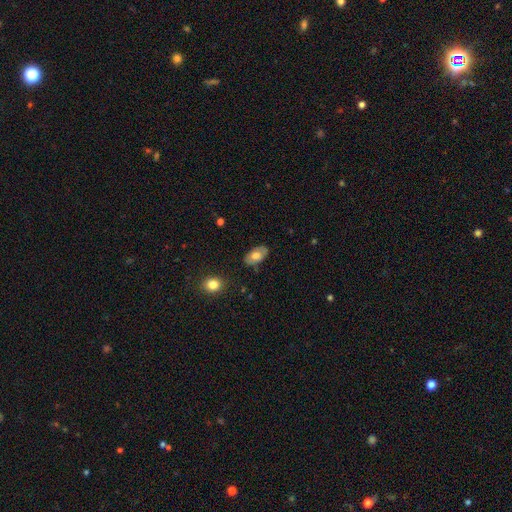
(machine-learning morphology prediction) smooth_or_featured: smooth (p=0.64) [alt: featured or disk p=0.29]
how_rounded: in between (p=0.92) [alt: round p=0.06]
merging: none (p=0.78) [alt: minor disturbance p=0.16]